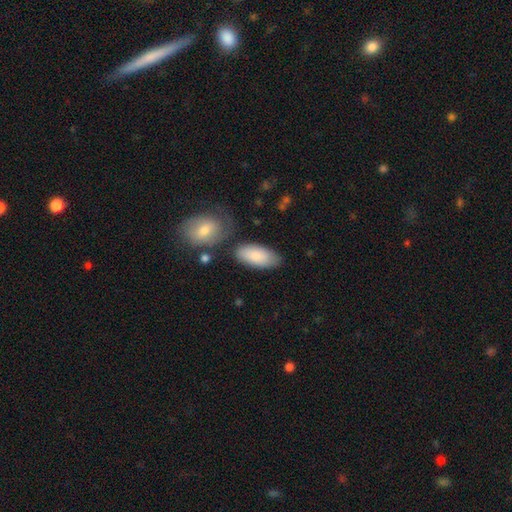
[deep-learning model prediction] smooth_or_featured: smooth (p=0.84) [alt: featured or disk p=0.10]
how_rounded: in between (p=0.91) [alt: cigar-shaped p=0.06]
merging: none (p=0.72) [alt: minor disturbance p=0.16]